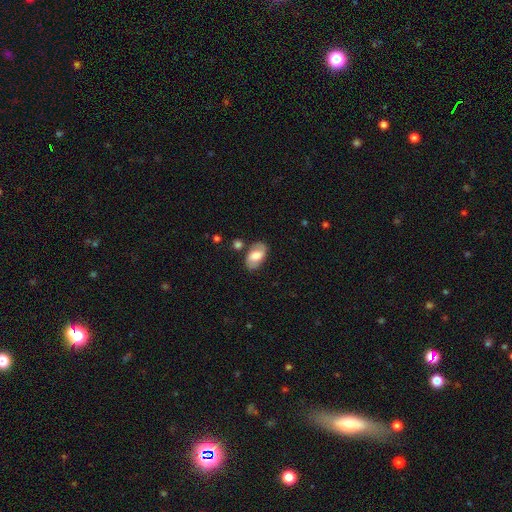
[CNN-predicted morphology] Smooth or featured? Predicted: smooth (p=0.50). How rounded? Predicted: in between (p=0.92). Merging? Predicted: none (p=0.69).